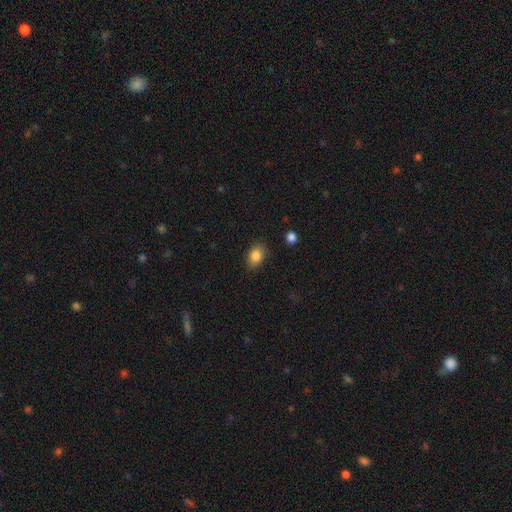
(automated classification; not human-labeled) A smooth galaxy with no disk features (85%) that is in between round and cigar-shaped (78%). Merging: none (81%).